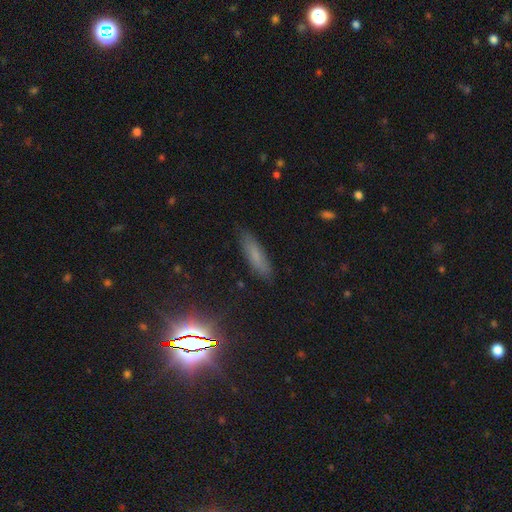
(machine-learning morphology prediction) The model was most divided on "how rounded": cigar-shaped: 65%, in between: 32%, round: 2%. More confident: merging — none (84%); smooth or featured — smooth (64%).